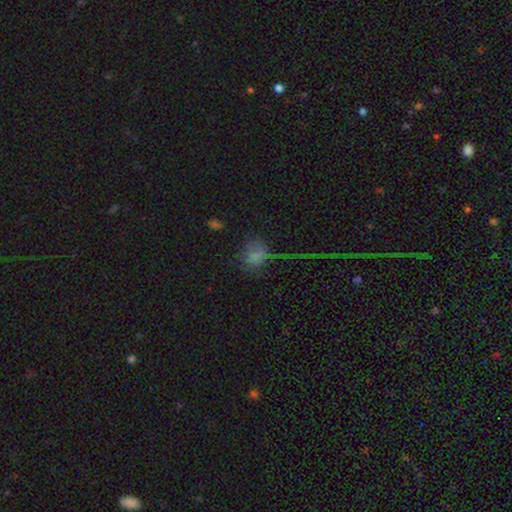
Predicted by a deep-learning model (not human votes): Smooth or featured: smooth — 62% (star or artifact — 23%)
How rounded: round — 59% (in between — 38%)
Merging: none — 47% (major disturbance — 23%)